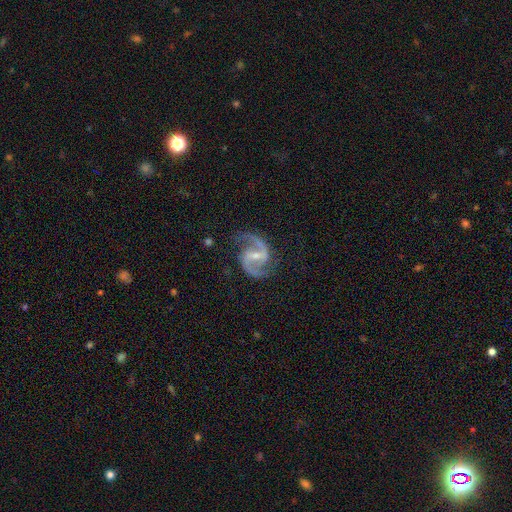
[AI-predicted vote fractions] Q: Smooth or featured?
A: featured or disk (93%); runner-up: star or artifact (4%)
Q: Edge-on disk?
A: no (98%); runner-up: yes (2%)
Q: Bar?
A: weak (46%); runner-up: strong (40%)
Q: Spiral arms?
A: yes (98%); runner-up: no (2%)
Q: Spiral winding?
A: medium (61%); runner-up: loose (27%)
Q: Spiral arm count?
A: 2 (94%); runner-up: can't tell (1%)
Q: Bulge size?
A: small (60%); runner-up: moderate (34%)
Q: Merging?
A: none (80%); runner-up: minor disturbance (14%)